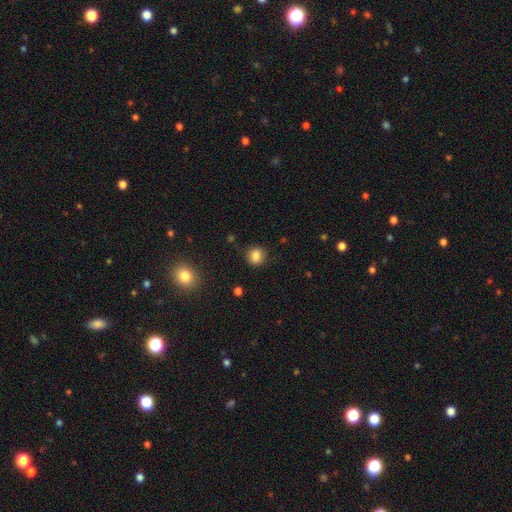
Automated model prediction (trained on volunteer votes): This is clearly a smooth galaxy (84%). How rounded: likely round (79%). Merging: clearly none (85%).